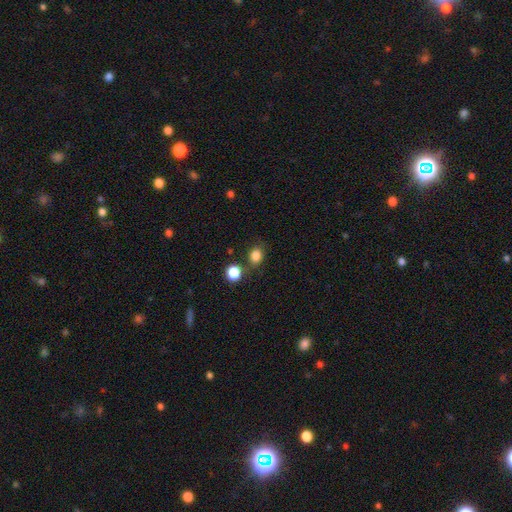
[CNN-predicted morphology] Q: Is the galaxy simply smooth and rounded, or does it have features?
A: smooth — 83%.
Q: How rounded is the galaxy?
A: round — 62%.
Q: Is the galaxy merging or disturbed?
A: none — 74%.